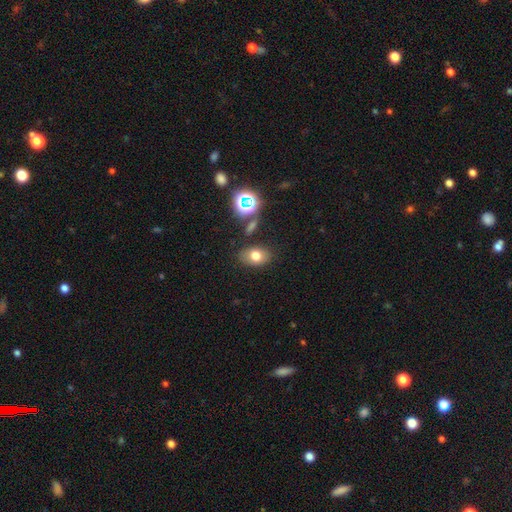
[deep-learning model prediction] This is likely a smooth galaxy (71%). How rounded: likely in between (78%). Merging: likely none (79%).